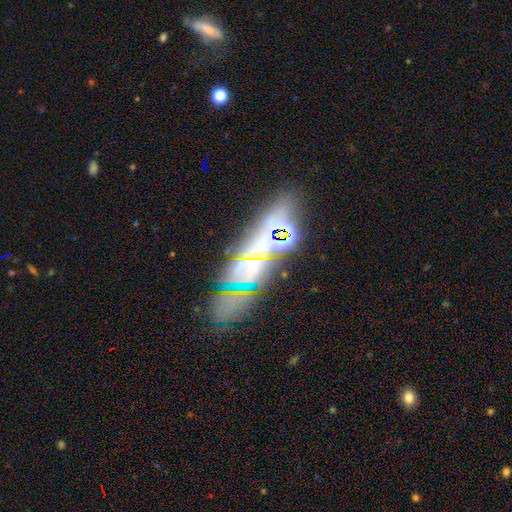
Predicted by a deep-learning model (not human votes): Smooth or featured?
  - featured or disk: 64% *
  - smooth: 19%
  - star or artifact: 17%
Edge-on disk?
  - no: 59% *
  - yes: 41%
Merging?
  - none: 67% *
  - minor disturbance: 16%
  - major disturbance: 9%
  - merger: 8%